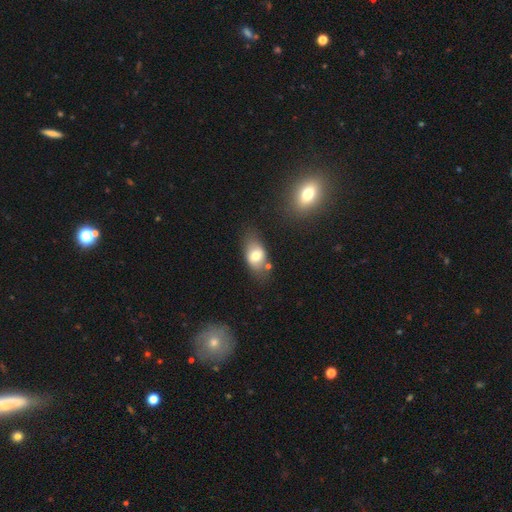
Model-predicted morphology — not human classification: A smooth galaxy with no disk features (71%) that is in between round and cigar-shaped (85%). Merging: none (68%).